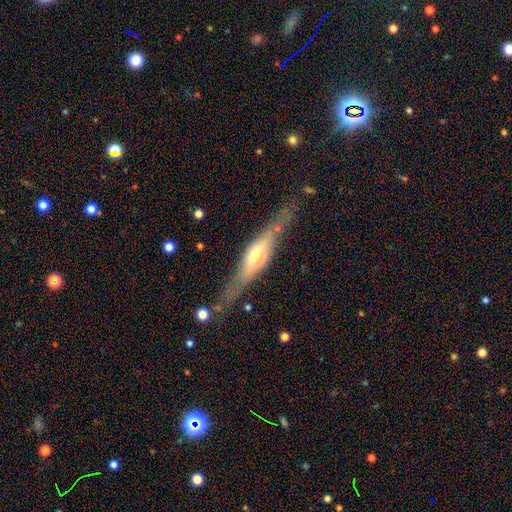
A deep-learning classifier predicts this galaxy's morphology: Smooth or featured? featured or disk (70%)
Edge-on disk? yes (91%)
Edge-on bulge? rounded (78%)
Merging? none (77%)